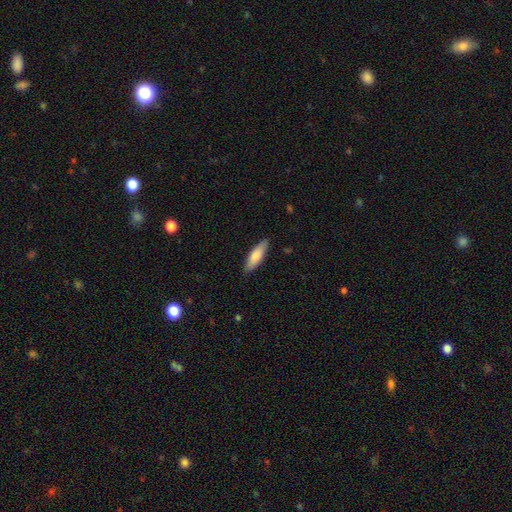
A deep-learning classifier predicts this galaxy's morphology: smooth 77%, featured or disk 17%, star or artifact 5%. Down the decision tree: how rounded — cigar-shaped (54%); merging — none (86%).